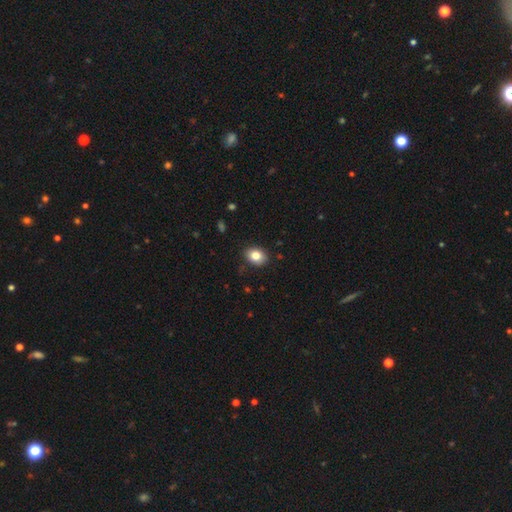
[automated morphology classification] This appears to be a smooth galaxy with no disk features (83%) that is in between round and cigar-shaped (65%). Merging: none (87%).